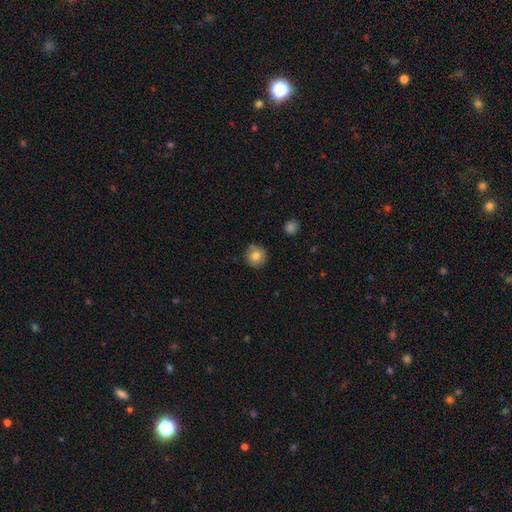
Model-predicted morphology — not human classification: smooth_or_featured: smooth (p=0.79) [alt: featured or disk p=0.12]
how_rounded: round (p=0.94) [alt: in between p=0.05]
merging: none (p=0.86) [alt: minor disturbance p=0.10]